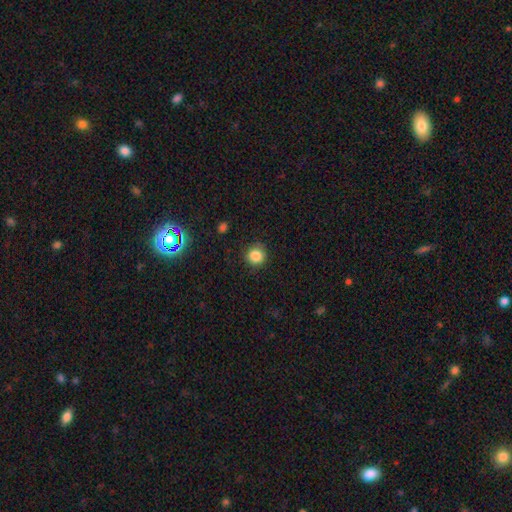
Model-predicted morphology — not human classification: Smooth or featured: smooth — 83% (star or artifact — 12%)
How rounded: round — 91% (in between — 8%)
Merging: none — 85% (minor disturbance — 11%)